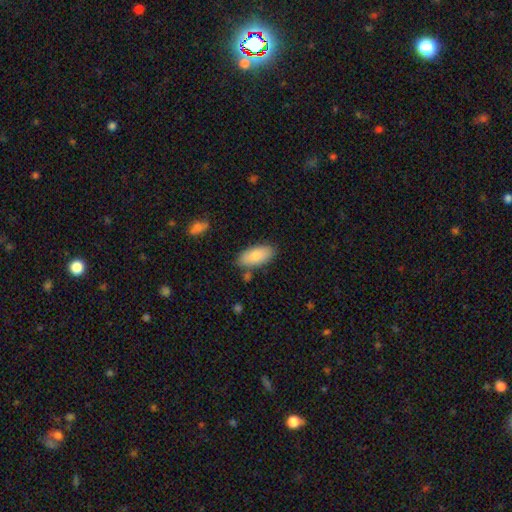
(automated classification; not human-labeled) A smooth galaxy with no disk features (83%) that is in between round and cigar-shaped (91%). Merging: none (79%).